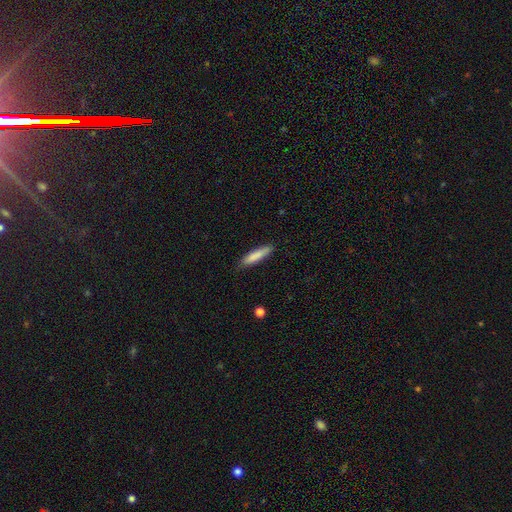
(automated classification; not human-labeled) The model was most divided on "how rounded": cigar-shaped: 85%, in between: 14%, round: 1%. More confident: merging — none (84%); smooth or featured — smooth (83%).